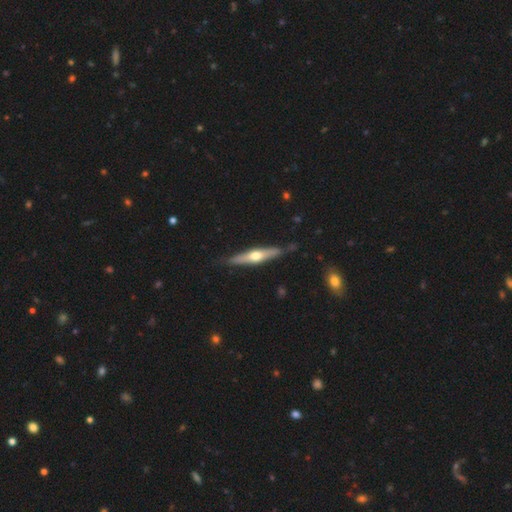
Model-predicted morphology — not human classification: This is likely a featured or disk galaxy (61%). It is clearly viewed edge-on (92%). Edge-on bulge: clearly rounded (91%). Merging: clearly none (84%).